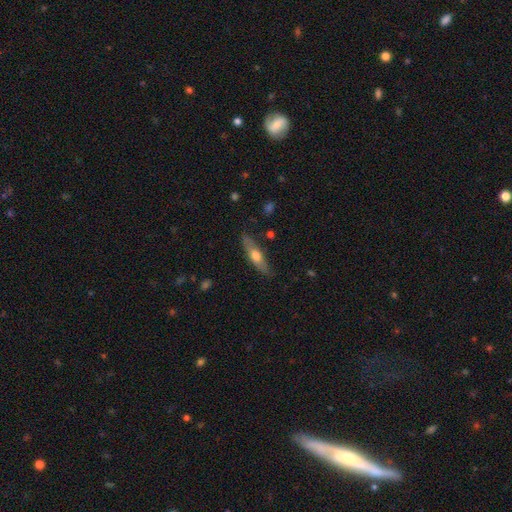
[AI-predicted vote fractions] Smooth or featured?
  - smooth: 50% *
  - featured or disk: 44%
  - star or artifact: 6%
How rounded?
  - cigar-shaped: 68% *
  - in between: 30%
  - round: 2%
Merging?
  - none: 83% *
  - minor disturbance: 13%
  - major disturbance: 3%
  - merger: 2%